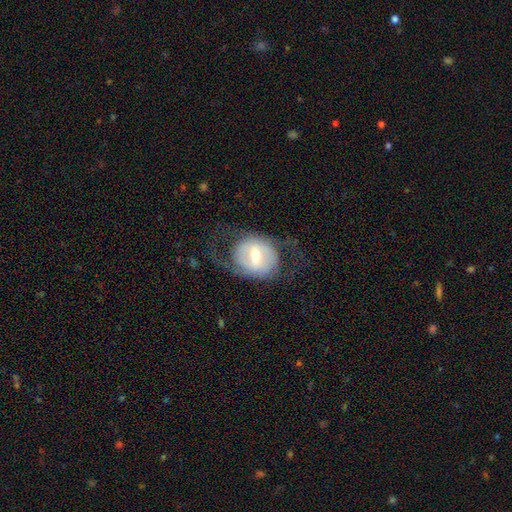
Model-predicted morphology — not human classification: Smooth or featured: featured or disk — 61% (smooth — 32%)
Edge-on disk: no — 94% (yes — 6%)
Bar: weak — 45% (strong — 36%)
Spiral arms: yes — 59% (no — 41%)
Bulge size: moderate — 63% (small — 24%)
Merging: none — 62% (major disturbance — 20%)